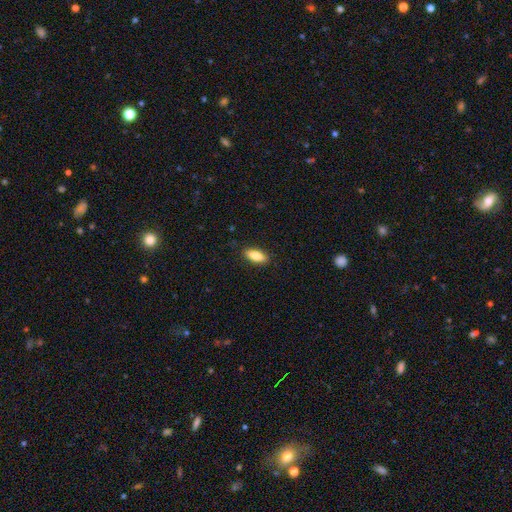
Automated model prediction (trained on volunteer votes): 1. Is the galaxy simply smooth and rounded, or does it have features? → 82% smooth, 11% featured or disk, 6% star or artifact.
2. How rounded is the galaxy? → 79% in between, 19% cigar-shaped, 2% round.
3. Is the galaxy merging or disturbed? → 88% none, 9% minor disturbance, 2% major disturbance, 1% merger.